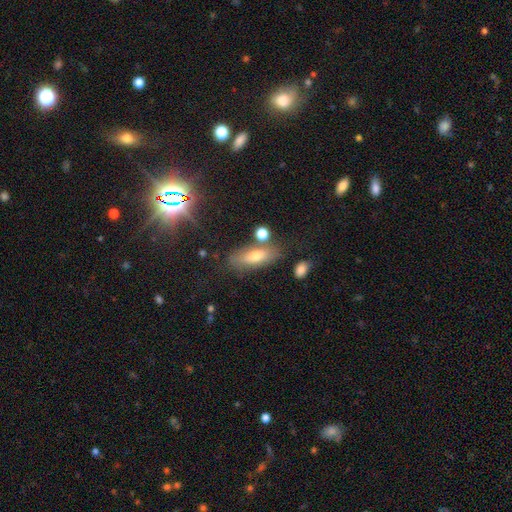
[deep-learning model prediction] The model was most divided on "how rounded": in between: 63%, cigar-shaped: 33%, round: 4%. More confident: merging — none (72%); smooth or featured — smooth (61%).